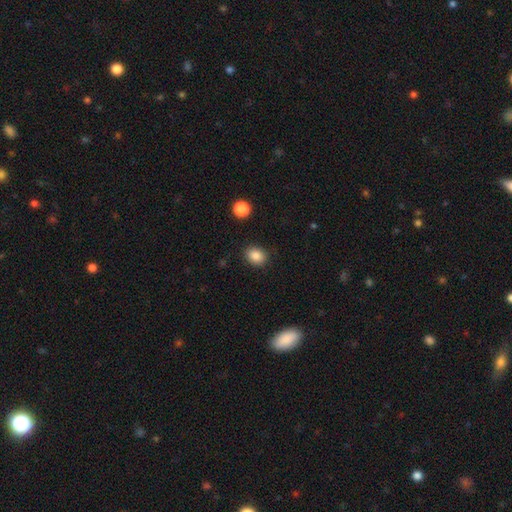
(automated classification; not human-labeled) This is clearly a smooth galaxy (86%). How rounded: possibly round (55%). Merging: clearly none (88%).